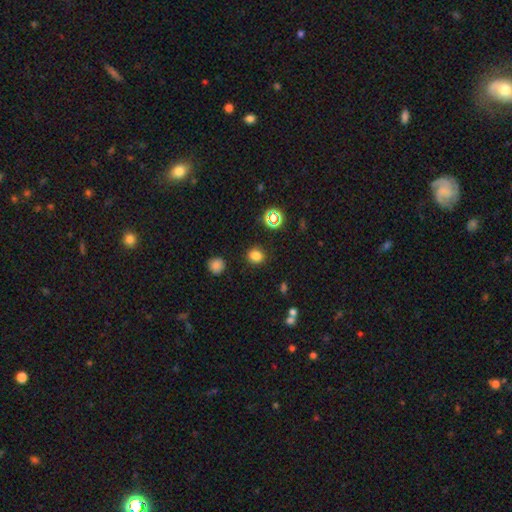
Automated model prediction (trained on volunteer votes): Q: Smooth or featured?
A: smooth (78%); runner-up: star or artifact (17%)
Q: How rounded?
A: round (79%); runner-up: in between (20%)
Q: Merging?
A: none (88%); runner-up: minor disturbance (7%)